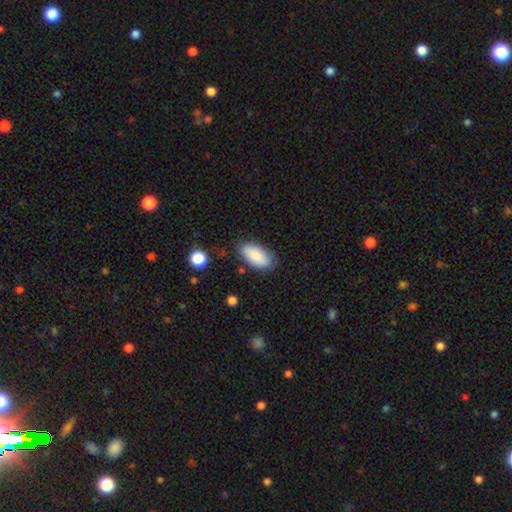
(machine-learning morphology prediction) smooth_or_featured: smooth (p=0.88) [alt: star or artifact p=0.07]
how_rounded: in between (p=0.92) [alt: cigar-shaped p=0.06]
merging: none (p=0.80) [alt: minor disturbance p=0.14]